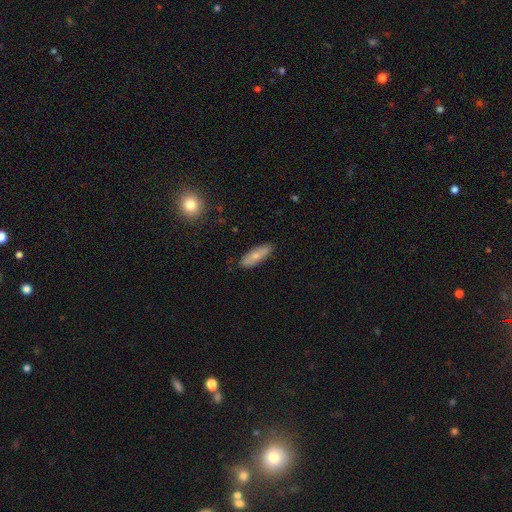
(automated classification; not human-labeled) This is likely a smooth galaxy (67%). How rounded: possibly in between (51%). Merging: clearly none (84%).